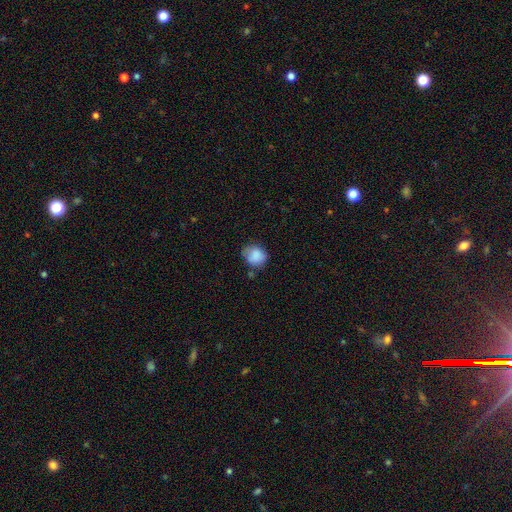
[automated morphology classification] Smooth or featured?
  - smooth: 84% *
  - star or artifact: 8%
  - featured or disk: 8%
How rounded?
  - round: 75% *
  - in between: 24%
  - cigar-shaped: 1%
Merging?
  - none: 60% *
  - minor disturbance: 27%
  - major disturbance: 7%
  - merger: 5%